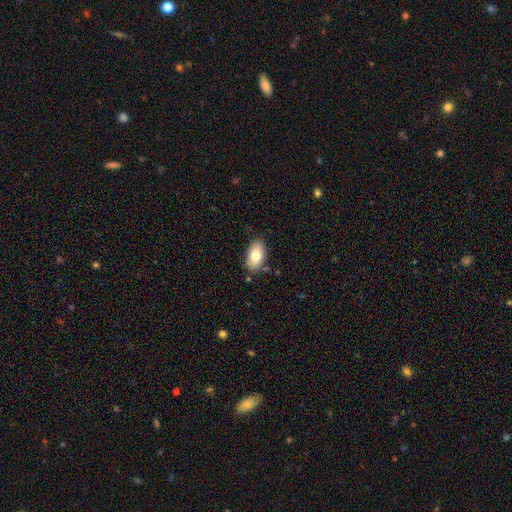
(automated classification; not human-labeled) smooth_or_featured: smooth (p=0.76) [alt: featured or disk p=0.17]
how_rounded: in between (p=0.92) [alt: round p=0.06]
merging: none (p=0.83) [alt: minor disturbance p=0.12]